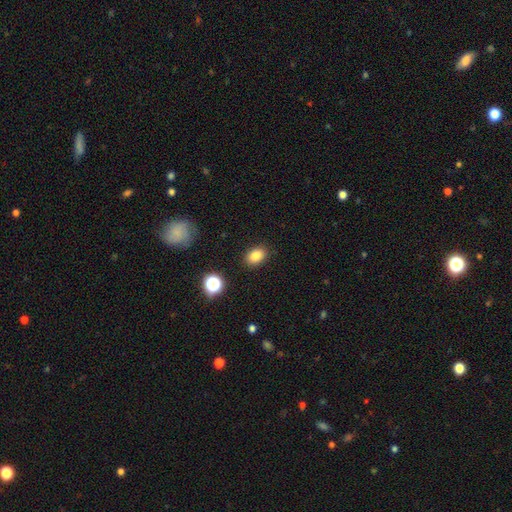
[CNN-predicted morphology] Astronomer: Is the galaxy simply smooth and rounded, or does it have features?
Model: smooth — 83%.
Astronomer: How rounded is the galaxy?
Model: in between — 73%.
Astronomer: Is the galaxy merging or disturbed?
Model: none — 87%.